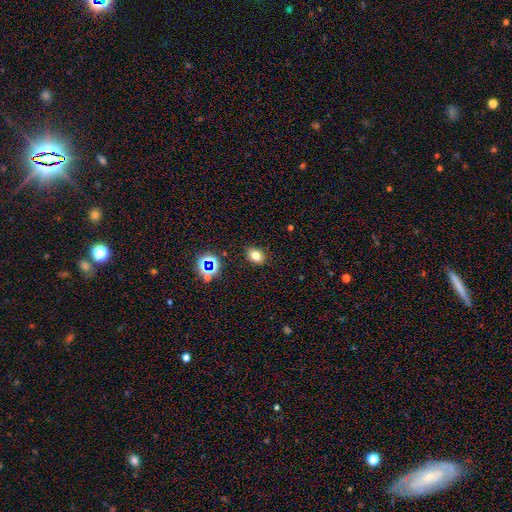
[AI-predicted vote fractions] This appears to be a smooth galaxy with no disk features (74%) that is in between round and cigar-shaped (69%). Merging: none (86%).